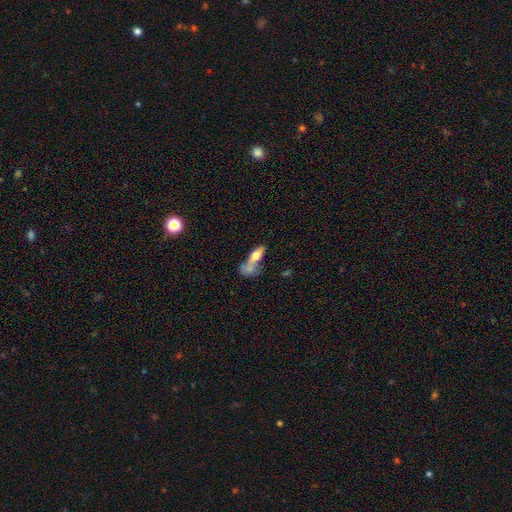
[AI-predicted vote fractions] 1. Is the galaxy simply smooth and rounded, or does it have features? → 59% smooth, 33% featured or disk, 8% star or artifact.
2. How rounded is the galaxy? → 59% in between, 35% cigar-shaped, 6% round.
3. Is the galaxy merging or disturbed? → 49% merger, 26% none, 13% minor disturbance, 12% major disturbance.